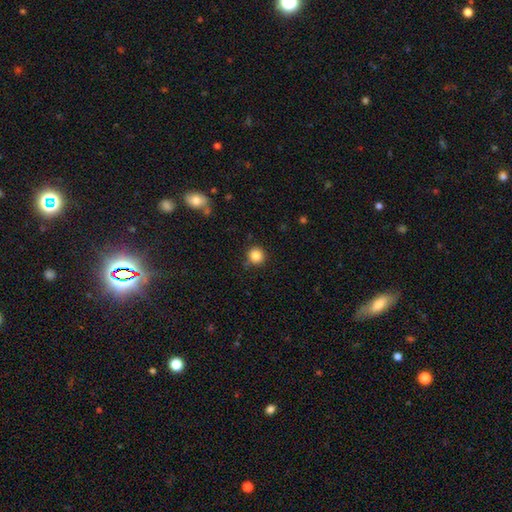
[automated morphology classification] The model was most divided on "smooth or featured": smooth: 85%, star or artifact: 11%, featured or disk: 5%. More confident: how rounded — round (93%); merging — none (85%).